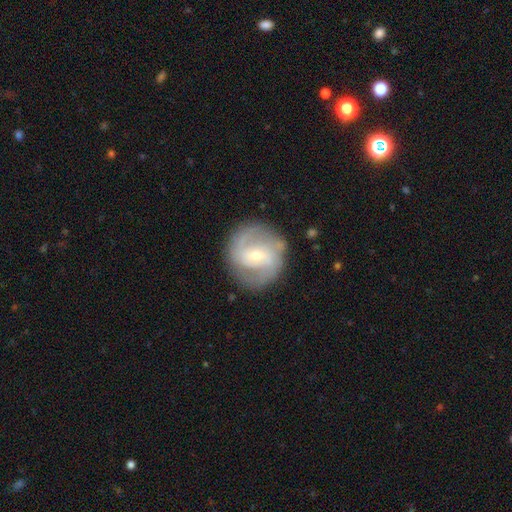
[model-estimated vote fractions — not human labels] A featured or disk galaxy (78%) with a weak bar (45%), 2 (73%) medium (47%) spiral arms (90%) and a small central bulge (56%).

Vote fractions:
- Smooth or featured? featured or disk: 78% / smooth: 16% / star or artifact: 6%
- Edge-on disk? no: 97% / yes: 3%
- Bar? weak: 45% / no: 36% / strong: 20%
- Spiral arms? yes: 90% / no: 10%
- Spiral winding? medium: 47% / tight: 32% / loose: 21%
- Spiral arm count? 2: 73% / can't tell: 12% / 3: 8% / 1: 3% / 4: 2% / more than 4: 2%
- Bulge size? small: 56% / moderate: 40% / large: 2% / none: 1% / dominant: 1%
- Merging? none: 81% / minor disturbance: 12% / major disturbance: 5% / merger: 2%